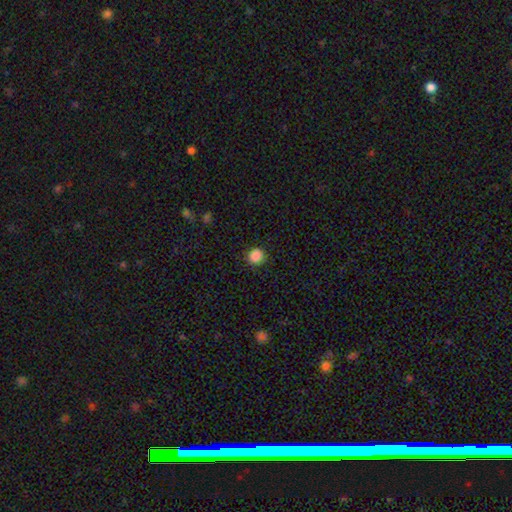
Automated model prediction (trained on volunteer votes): Morphology: type=smooth (87%); roundness=round (91%); merging=none (91%).